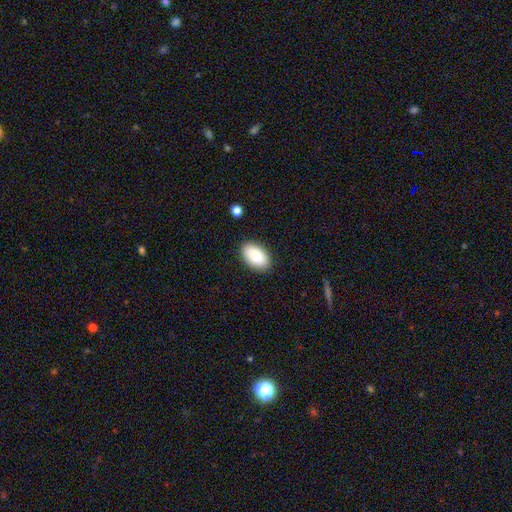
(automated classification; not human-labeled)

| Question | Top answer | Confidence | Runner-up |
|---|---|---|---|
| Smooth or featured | smooth | 90% | star or artifact (6%) |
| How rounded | in between | 95% | round (4%) |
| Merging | none | 88% | minor disturbance (9%) |